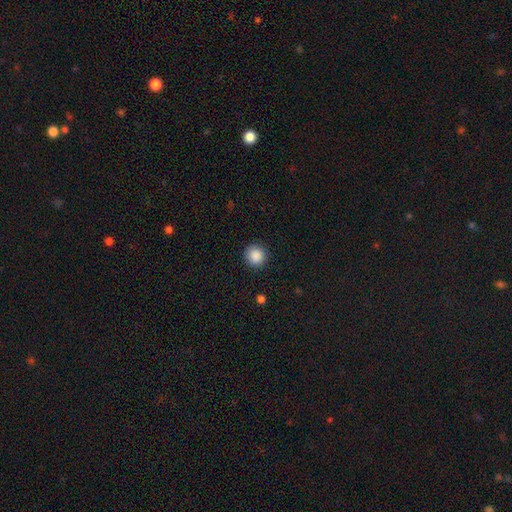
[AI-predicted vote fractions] smooth-or-featured: smooth: 88% | star or artifact: 9% | featured or disk: 3%
  how-rounded: round: 94% | in between: 5% | cigar-shaped: 1%
  merging: none: 90% | minor disturbance: 6% | major disturbance: 2% | merger: 1%